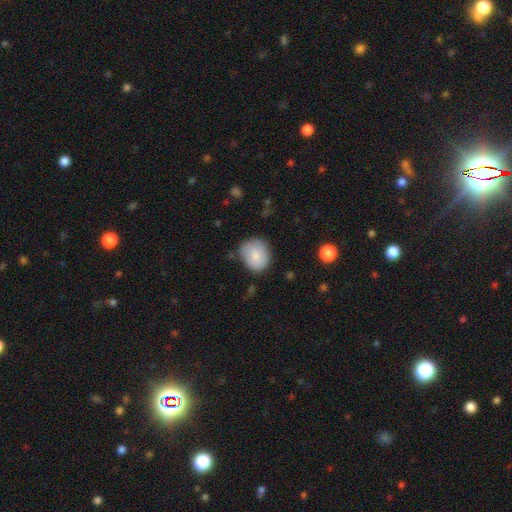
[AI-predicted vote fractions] Q: Smooth or featured?
A: smooth (80%); runner-up: featured or disk (13%)
Q: How rounded?
A: round (64%); runner-up: in between (35%)
Q: Merging?
A: none (68%); runner-up: minor disturbance (24%)